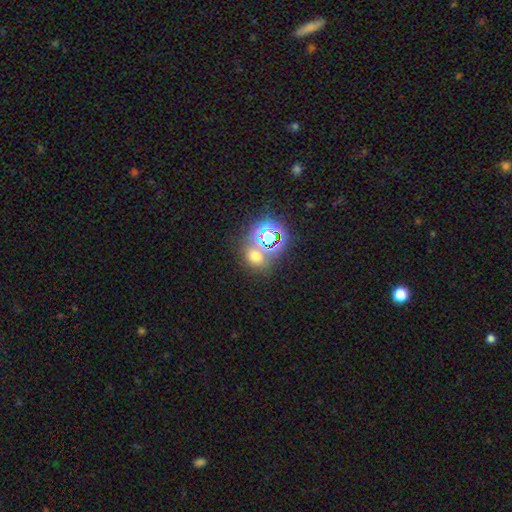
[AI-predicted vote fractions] Smooth or featured? smooth (52%)
How rounded? round (60%)
Merging? none (59%)